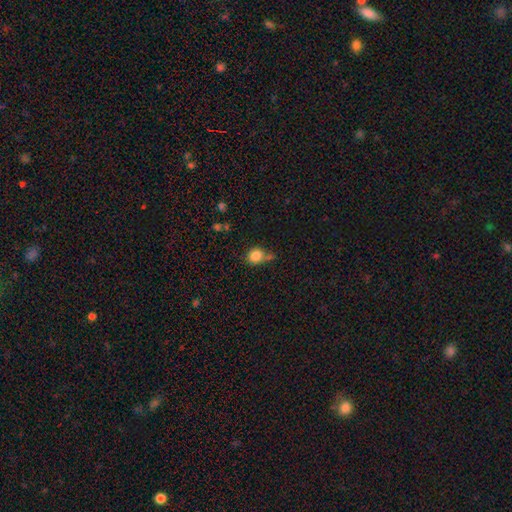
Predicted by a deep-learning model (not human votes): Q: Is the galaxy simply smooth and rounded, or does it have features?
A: smooth — 82%.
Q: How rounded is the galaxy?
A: round — 71%.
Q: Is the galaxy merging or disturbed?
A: none — 47%.